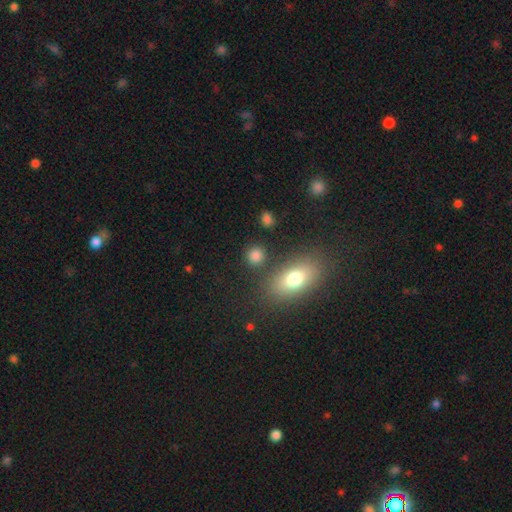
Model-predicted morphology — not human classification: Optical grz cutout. It shows a smooth galaxy with no disk features (83%) that is round (80%). Merging: none (82%).